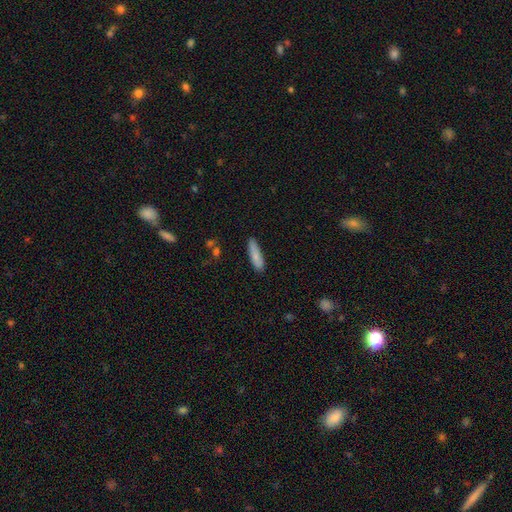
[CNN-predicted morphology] Smooth or featured? smooth (82%)
How rounded? cigar-shaped (66%)
Merging? none (81%)